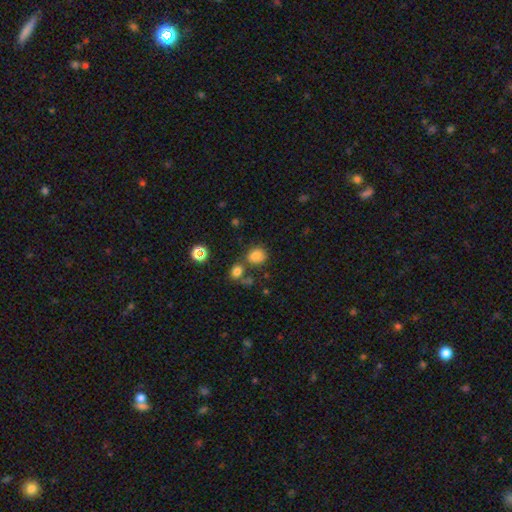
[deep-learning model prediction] Q: Smooth or featured?
A: smooth (79%); runner-up: star or artifact (13%)
Q: How rounded?
A: round (58%); runner-up: in between (41%)
Q: Merging?
A: none (60%); runner-up: merger (17%)